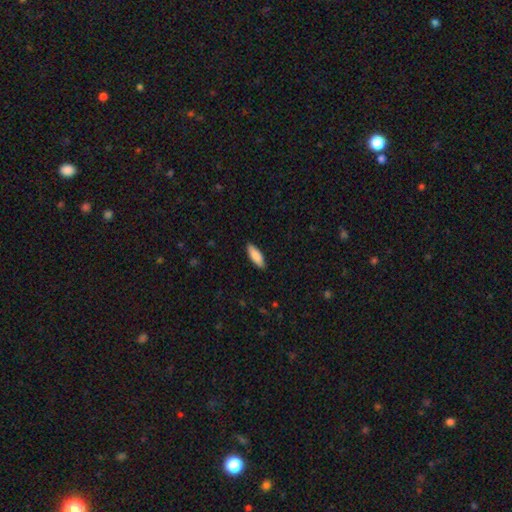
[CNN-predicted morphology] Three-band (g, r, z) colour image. It shows a smooth galaxy with no disk features (87%) that is in between round and cigar-shaped (63%). Merging: none (88%).